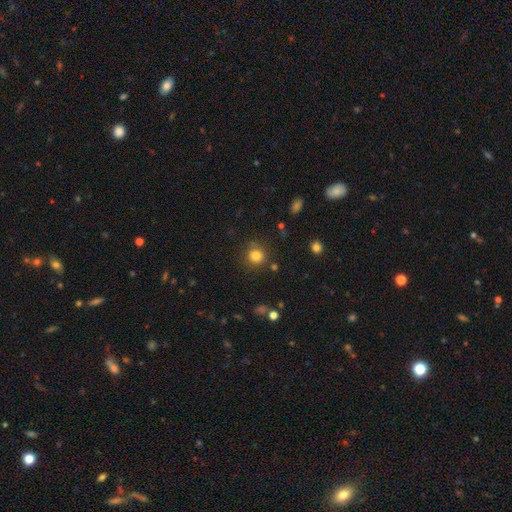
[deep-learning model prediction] Smooth or featured? smooth (82%)
How rounded? round (89%)
Merging? none (81%)